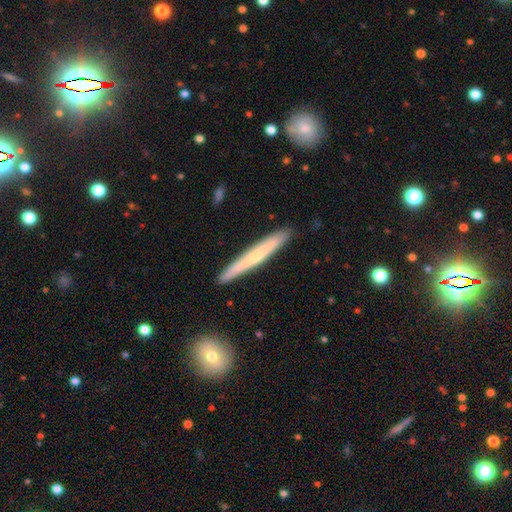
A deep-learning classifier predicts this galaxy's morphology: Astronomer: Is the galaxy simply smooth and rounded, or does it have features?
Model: smooth — 51% (runner-up: featured or disk, 43%).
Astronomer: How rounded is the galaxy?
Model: cigar-shaped — 96%.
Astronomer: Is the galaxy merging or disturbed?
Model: none — 90%.